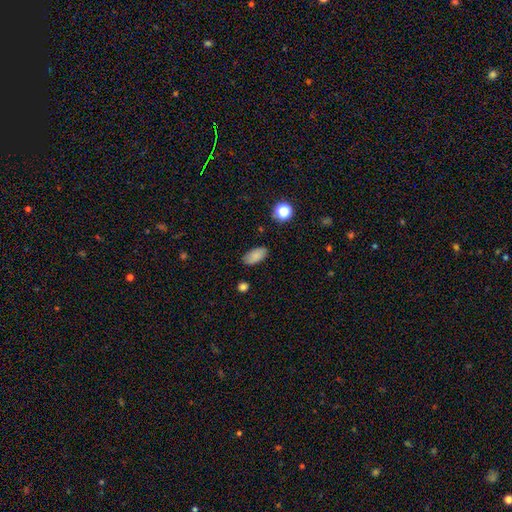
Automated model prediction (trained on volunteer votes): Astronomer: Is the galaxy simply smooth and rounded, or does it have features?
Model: smooth — 84%.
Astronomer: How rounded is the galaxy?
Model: in between — 92%.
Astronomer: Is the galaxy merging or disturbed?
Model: none — 84%.